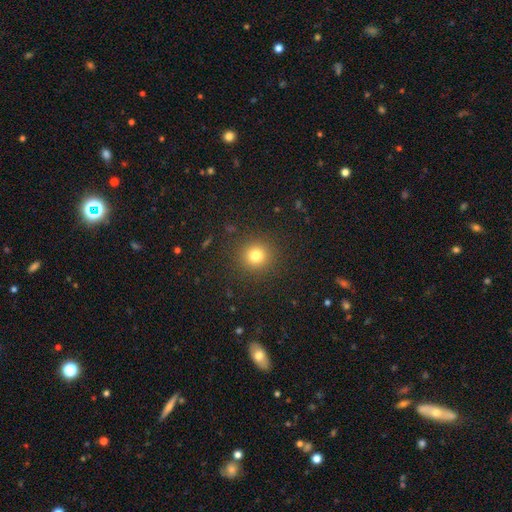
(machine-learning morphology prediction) A smooth galaxy with no disk features (78%) that is round (93%).

Vote fractions:
- Smooth or featured? smooth: 78% / star or artifact: 15% / featured or disk: 7%
- How rounded? round: 93% / in between: 6% / cigar-shaped: 1%
- Merging? none: 90% / minor disturbance: 6% / major disturbance: 3% / merger: 1%